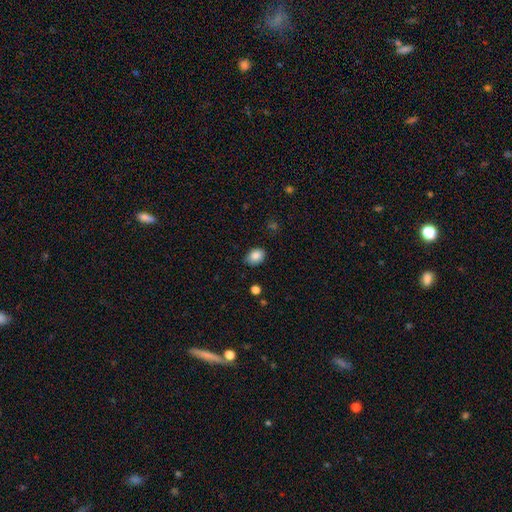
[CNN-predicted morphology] Smooth or featured?
  - smooth: 86% *
  - star or artifact: 9%
  - featured or disk: 5%
How rounded?
  - in between: 67% *
  - round: 32%
  - cigar-shaped: 1%
Merging?
  - none: 79% *
  - minor disturbance: 17%
  - major disturbance: 3%
  - merger: 1%